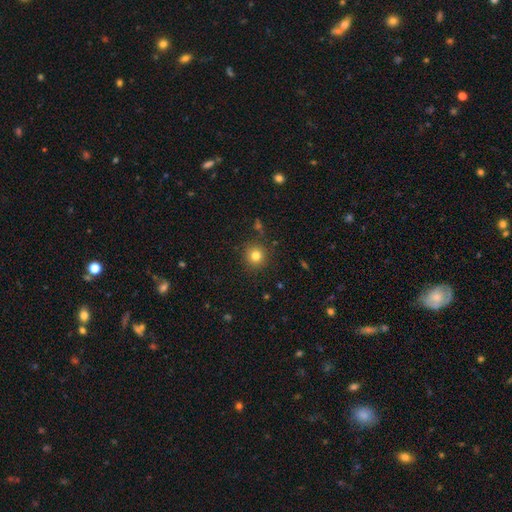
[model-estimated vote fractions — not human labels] This is likely a smooth galaxy (80%). How rounded: clearly round (93%). Merging: clearly none (88%).